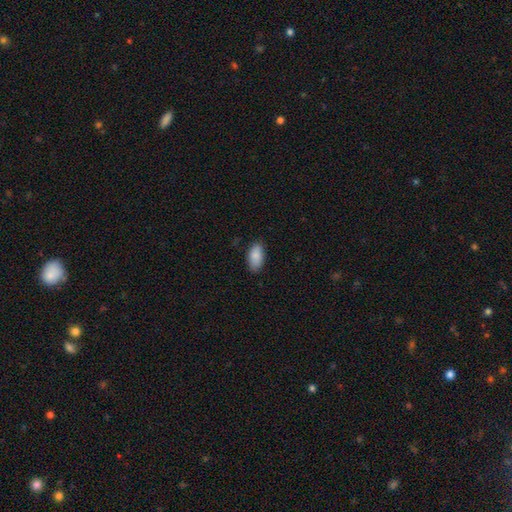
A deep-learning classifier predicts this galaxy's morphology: Smooth or featured? Predicted: smooth (p=0.87). How rounded? Predicted: in between (p=0.94). Merging? Predicted: none (p=0.84).